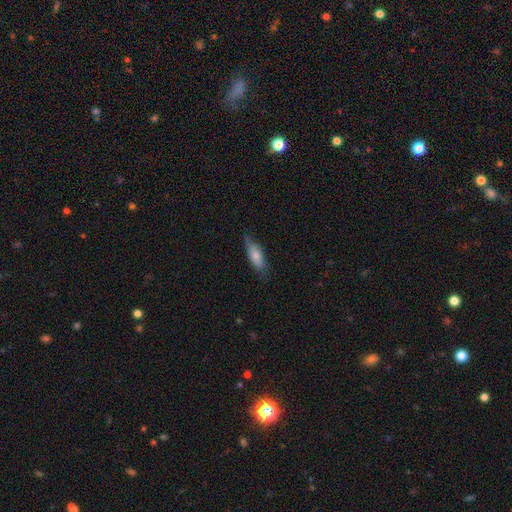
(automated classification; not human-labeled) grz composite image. It shows a smooth galaxy with no disk features (72%) that is in between round and cigar-shaped (64%). Merging: none (68%).